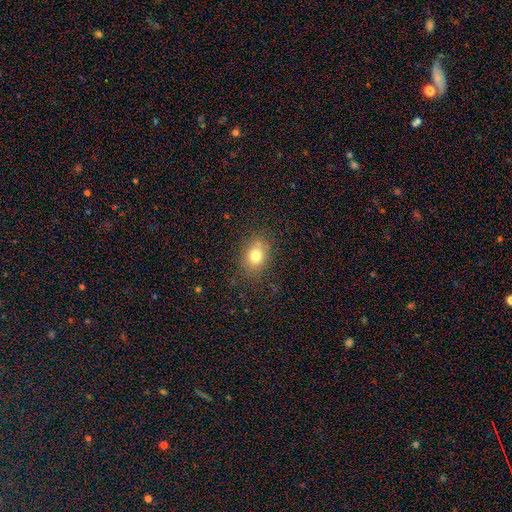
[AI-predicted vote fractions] Overall: smooth (76%). How rounded: in between (58%; round 41%). Merging: none (78%).